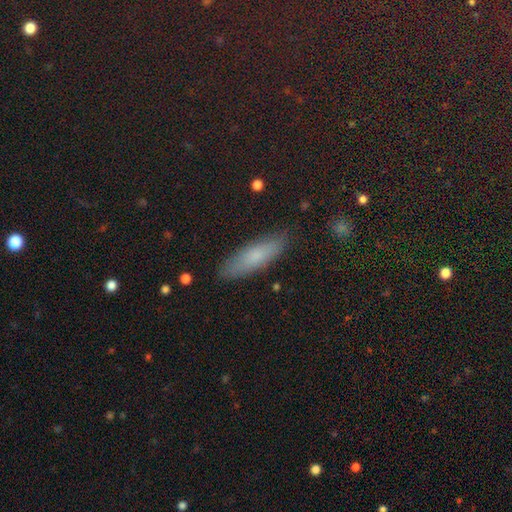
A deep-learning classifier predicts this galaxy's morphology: Smooth or featured? smooth (71%)
How rounded? cigar-shaped (54%)
Merging? none (87%)